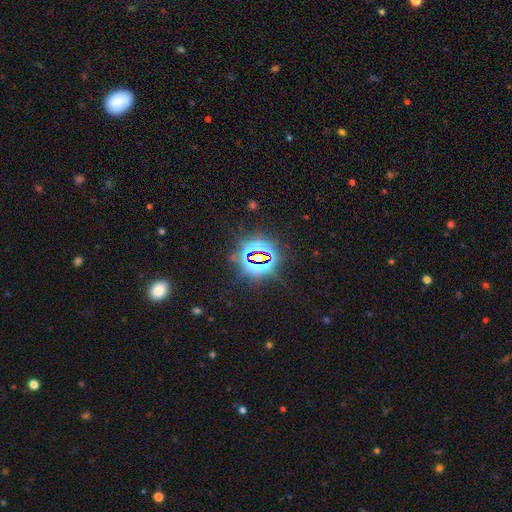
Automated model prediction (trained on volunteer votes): Morphology: type=star or artifact (83%).